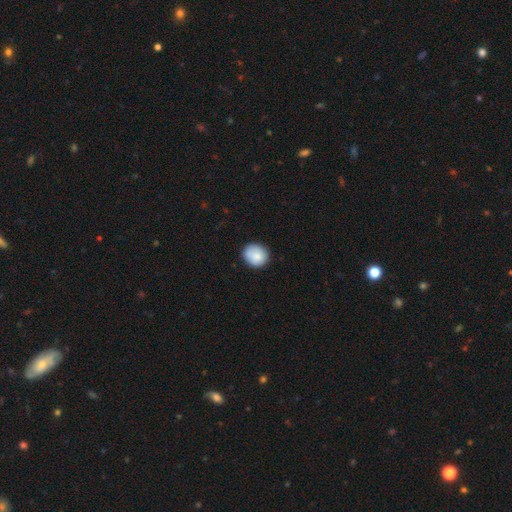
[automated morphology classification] A smooth galaxy with no disk features (85%) that is round (78%). Merging: none (81%).